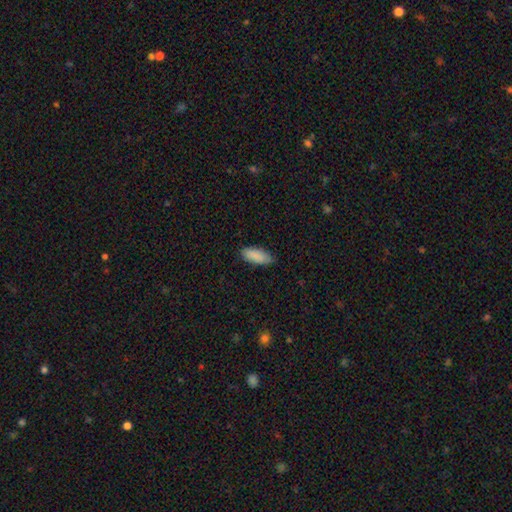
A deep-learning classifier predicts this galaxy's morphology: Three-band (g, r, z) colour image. It shows a smooth galaxy with no disk features (89%) that is in between round and cigar-shaped (83%). Merging: none (82%).